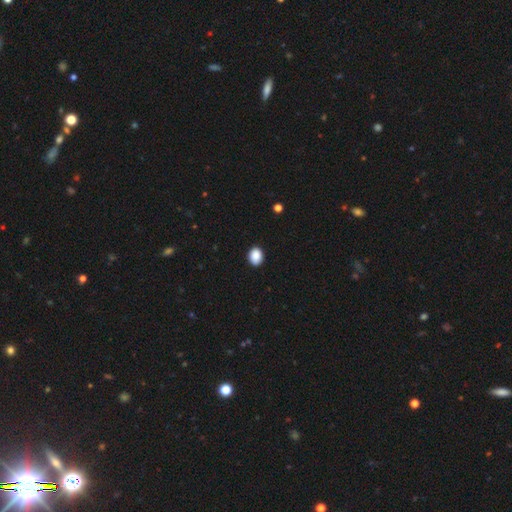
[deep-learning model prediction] This is clearly a smooth galaxy (89%). How rounded: possibly in between (57%). Merging: clearly none (89%).